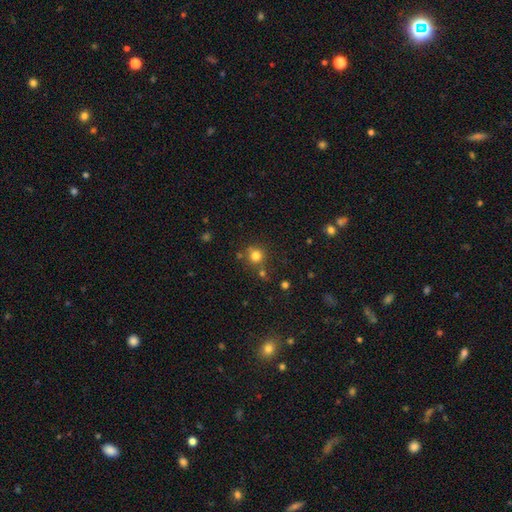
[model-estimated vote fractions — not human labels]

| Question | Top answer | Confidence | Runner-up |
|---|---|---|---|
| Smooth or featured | smooth | 79% | star or artifact (15%) |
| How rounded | round | 92% | in between (7%) |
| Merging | none | 73% | merger (13%) |